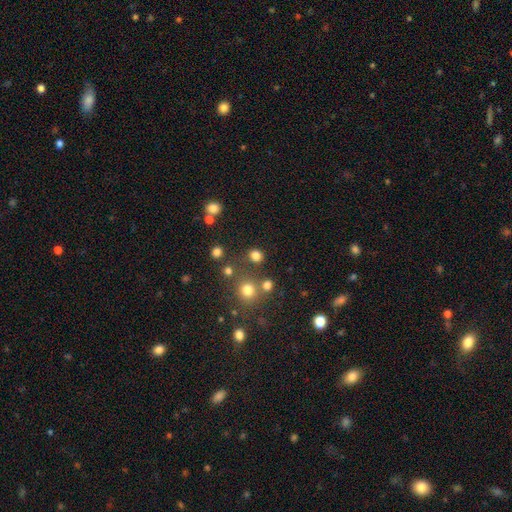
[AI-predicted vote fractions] A smooth galaxy with no disk features (77%) that is round (81%).

Vote fractions:
- Smooth or featured? smooth: 77% / star or artifact: 17% / featured or disk: 5%
- How rounded? round: 81% / in between: 18% / cigar-shaped: 1%
- Merging? none: 77% / merger: 10% / minor disturbance: 9% / major disturbance: 4%